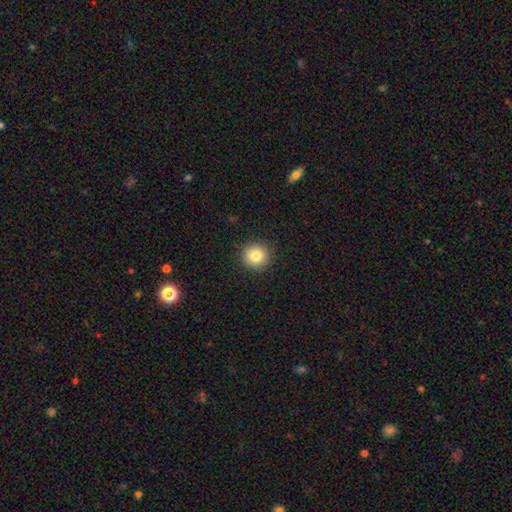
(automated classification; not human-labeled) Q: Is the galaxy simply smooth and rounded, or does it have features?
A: smooth — 82%.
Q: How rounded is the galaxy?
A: round — 94%.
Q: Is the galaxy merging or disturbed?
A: none — 91%.